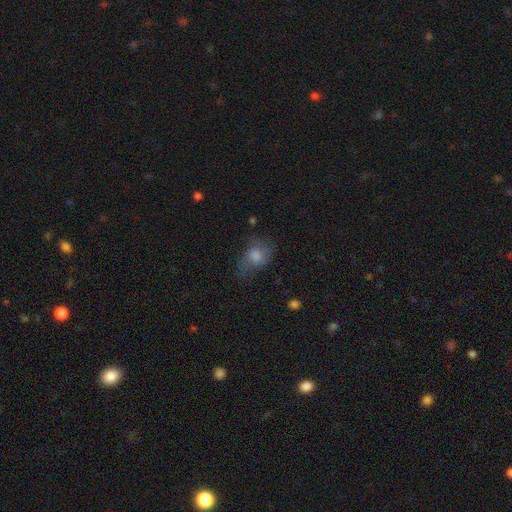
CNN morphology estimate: Smooth or featured? smooth (61%)
How rounded? in between (60%)
Merging? none (45%)